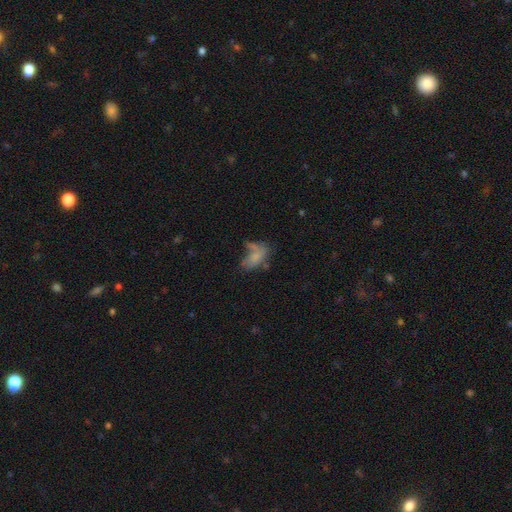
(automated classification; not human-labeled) smooth_or_featured: smooth (p=0.67) [alt: featured or disk p=0.21]
how_rounded: in between (p=0.88) [alt: cigar-shaped p=0.06]
merging: none (p=0.34) [alt: merger p=0.23]